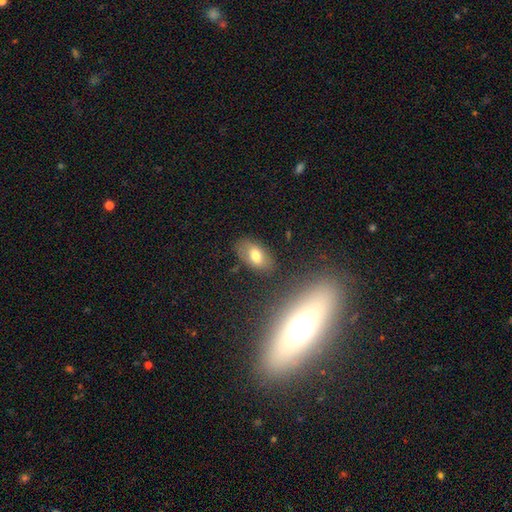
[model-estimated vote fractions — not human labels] smooth-or-featured: smooth: 71% | featured or disk: 18% | star or artifact: 11%
  how-rounded: in between: 90% | round: 8% | cigar-shaped: 2%
  merging: none: 74% | minor disturbance: 18% | major disturbance: 5% | merger: 4%